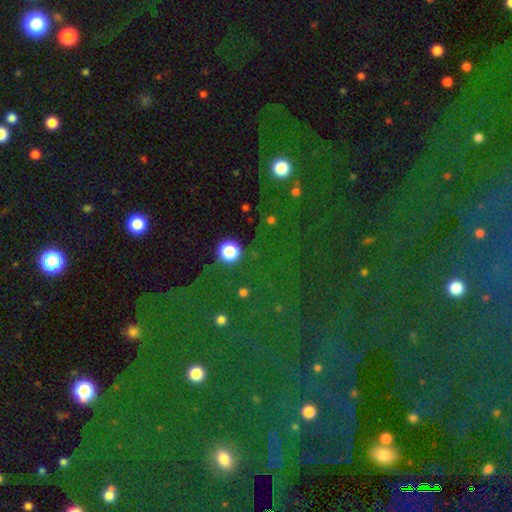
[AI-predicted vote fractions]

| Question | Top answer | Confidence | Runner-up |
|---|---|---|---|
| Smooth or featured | star or artifact | 78% | smooth (13%) |